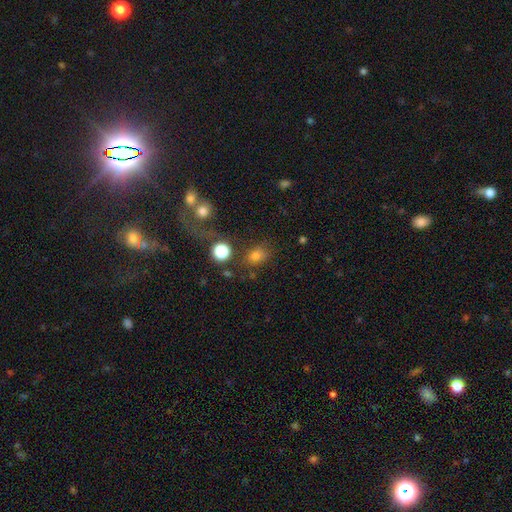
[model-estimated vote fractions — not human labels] Overall: smooth (75%). How rounded: in between (50%; round 49%). Merging: none (73%).